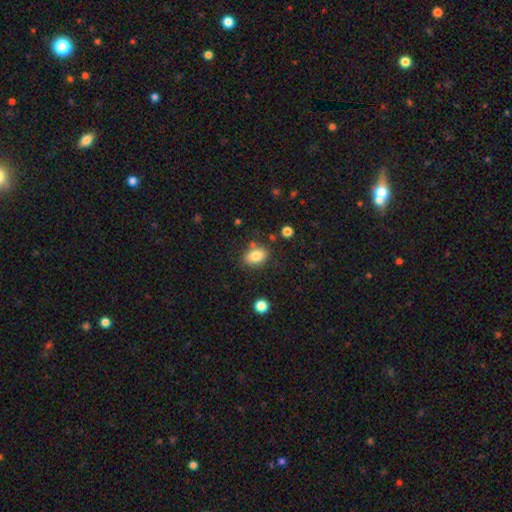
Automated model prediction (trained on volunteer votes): smooth_or_featured: smooth (p=0.83) [alt: star or artifact p=0.09]
how_rounded: in between (p=0.76) [alt: round p=0.23]
merging: none (p=0.75) [alt: minor disturbance p=0.15]